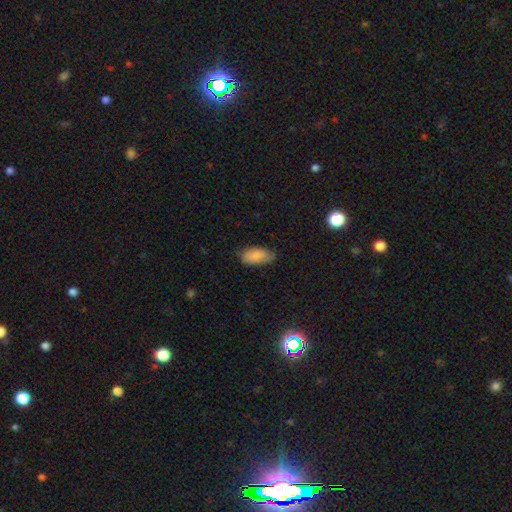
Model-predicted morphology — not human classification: smooth-or-featured: smooth: 83% | featured or disk: 10% | star or artifact: 6%
  how-rounded: in between: 90% | cigar-shaped: 8% | round: 2%
  merging: none: 69% | minor disturbance: 26% | major disturbance: 4% | merger: 1%